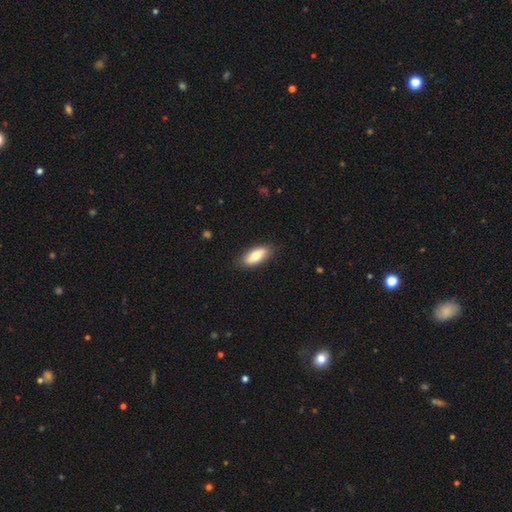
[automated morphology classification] smooth-or-featured: smooth: 77% | featured or disk: 17% | star or artifact: 6%
  how-rounded: in between: 84% | cigar-shaped: 13% | round: 2%
  merging: none: 85% | minor disturbance: 12% | major disturbance: 2% | merger: 1%